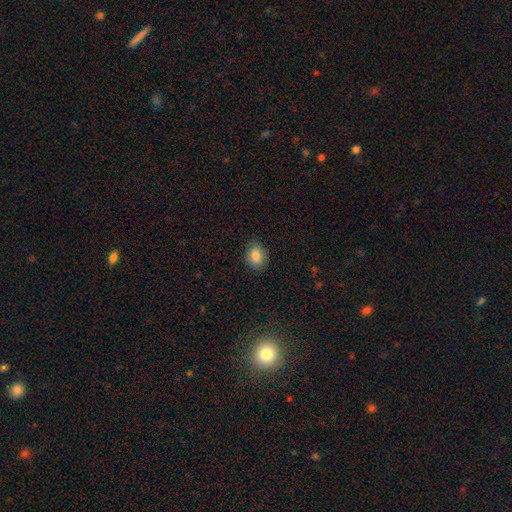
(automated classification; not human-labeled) Smooth or featured?
  - smooth: 85% *
  - star or artifact: 8%
  - featured or disk: 7%
How rounded?
  - in between: 60% *
  - round: 39%
  - cigar-shaped: 1%
Merging?
  - none: 81% *
  - minor disturbance: 14%
  - major disturbance: 3%
  - merger: 1%